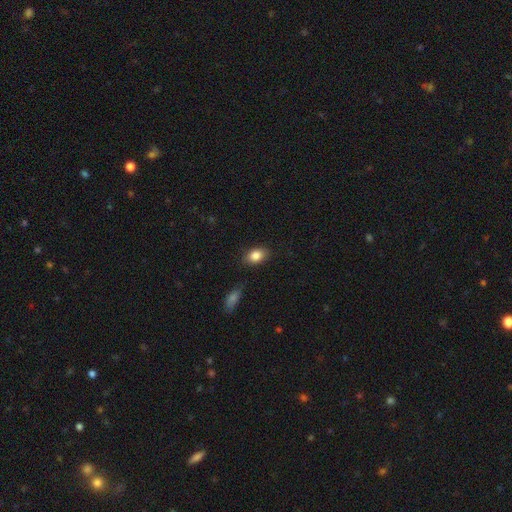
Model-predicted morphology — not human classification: A smooth galaxy with no disk features (85%) that is in between round and cigar-shaped (81%).

Vote fractions:
- Smooth or featured? smooth: 85% / star or artifact: 8% / featured or disk: 7%
- How rounded? in between: 81% / round: 17% / cigar-shaped: 2%
- Merging? none: 84% / minor disturbance: 11% / major disturbance: 3% / merger: 2%